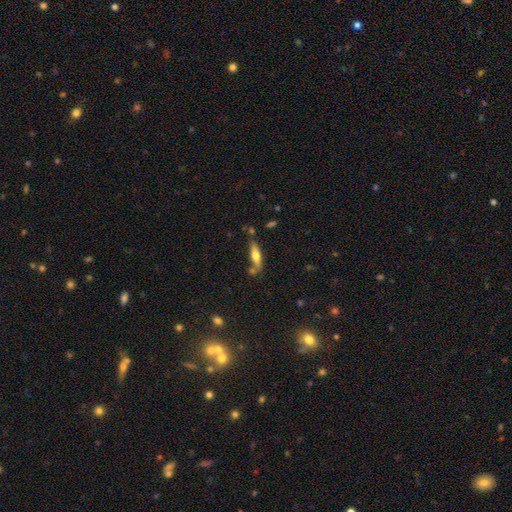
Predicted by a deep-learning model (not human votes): smooth-or-featured: smooth: 50% | featured or disk: 43% | star or artifact: 7%
  merging: none: 65% | minor disturbance: 18% | merger: 12% | major disturbance: 5%